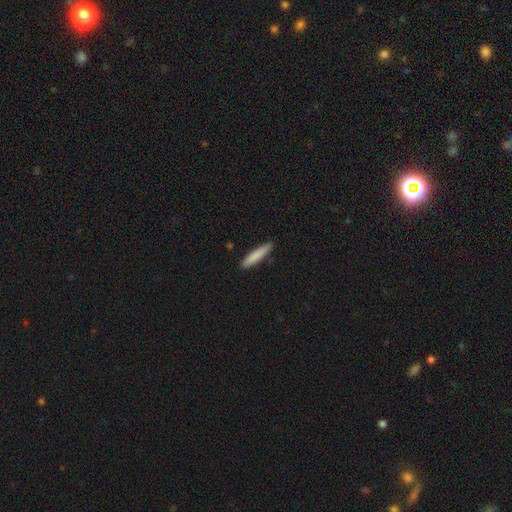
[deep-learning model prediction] Smooth or featured?
  - smooth: 83% *
  - featured or disk: 11%
  - star or artifact: 6%
How rounded?
  - cigar-shaped: 90% *
  - in between: 8%
  - round: 1%
Merging?
  - none: 88% *
  - minor disturbance: 9%
  - major disturbance: 2%
  - merger: 1%